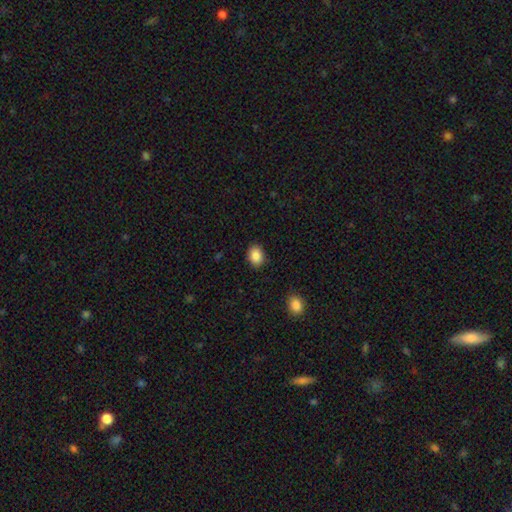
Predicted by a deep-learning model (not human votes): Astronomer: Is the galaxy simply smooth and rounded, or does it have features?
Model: smooth — 87%.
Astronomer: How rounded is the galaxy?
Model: in between — 65%.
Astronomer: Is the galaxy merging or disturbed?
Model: none — 89%.